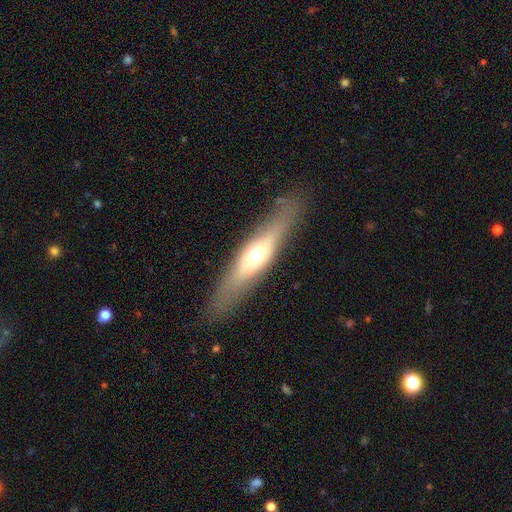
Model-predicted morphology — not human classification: Smooth or featured?
  - featured or disk: 53% *
  - smooth: 41%
  - star or artifact: 6%
Edge-on disk?
  - yes: 81% *
  - no: 19%
Merging?
  - none: 84% *
  - minor disturbance: 11%
  - major disturbance: 4%
  - merger: 1%